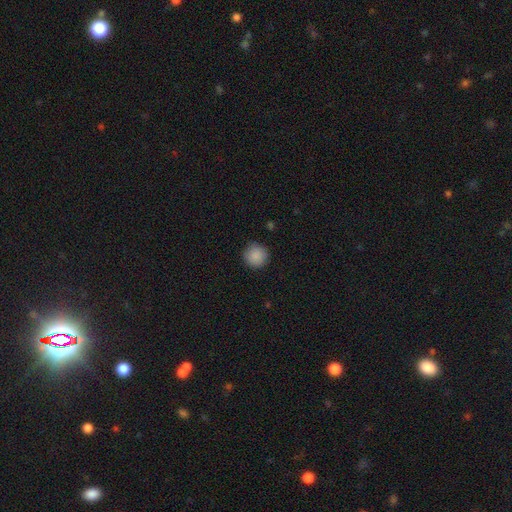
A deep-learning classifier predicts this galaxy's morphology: smooth_or_featured: smooth (p=0.89) [alt: star or artifact p=0.08]
how_rounded: round (p=0.95) [alt: in between p=0.04]
merging: none (p=0.90) [alt: minor disturbance p=0.07]